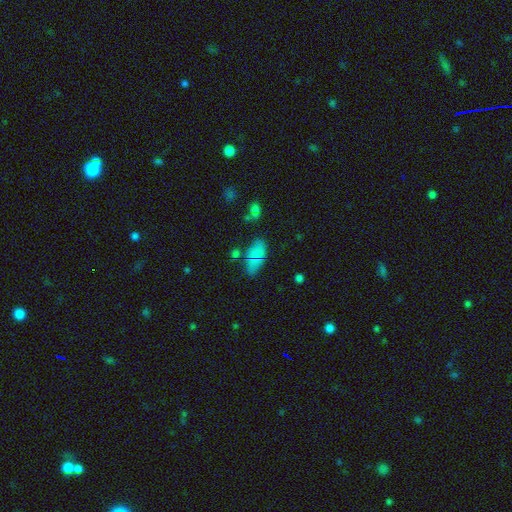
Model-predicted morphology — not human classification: Q: Smooth or featured?
A: smooth (77%); runner-up: star or artifact (12%)
Q: How rounded?
A: in between (89%); runner-up: cigar-shaped (7%)
Q: Merging?
A: none (63%); runner-up: minor disturbance (21%)